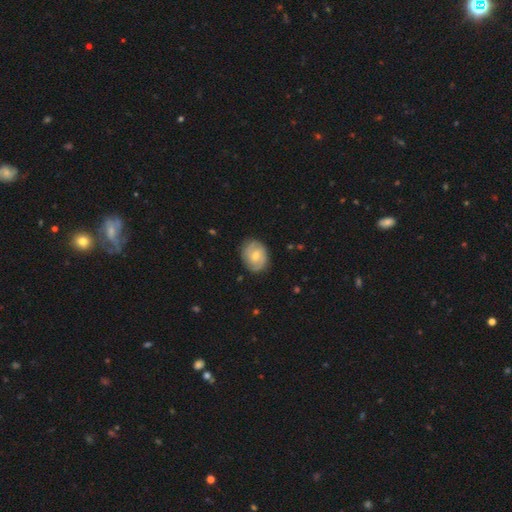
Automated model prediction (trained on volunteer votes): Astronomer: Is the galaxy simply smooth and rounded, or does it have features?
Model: featured or disk — 65%.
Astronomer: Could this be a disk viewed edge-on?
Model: no — 97%.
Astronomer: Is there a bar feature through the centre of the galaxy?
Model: no — 47% (runner-up: weak, 46%).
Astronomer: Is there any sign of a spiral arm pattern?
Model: yes — 90%.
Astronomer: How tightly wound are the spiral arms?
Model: tight — 49% (runner-up: medium, 38%).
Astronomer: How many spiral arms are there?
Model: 2 — 68%.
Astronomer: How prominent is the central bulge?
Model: moderate — 51% (runner-up: small, 42%).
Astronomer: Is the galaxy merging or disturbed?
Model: none — 83%.